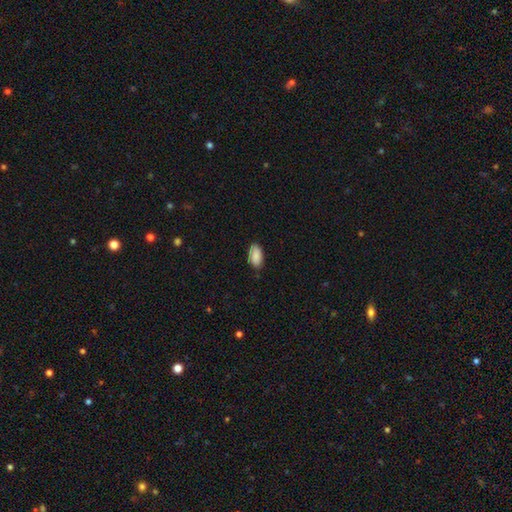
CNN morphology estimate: This appears to be a smooth galaxy with no disk features (89%) that is in between round and cigar-shaped (94%). Merging: none (82%).